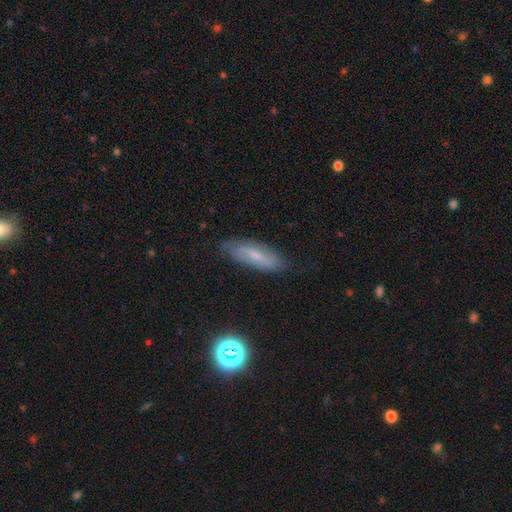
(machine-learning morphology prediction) This appears to be a featured or disk galaxy (48%). Merging: none (78%).